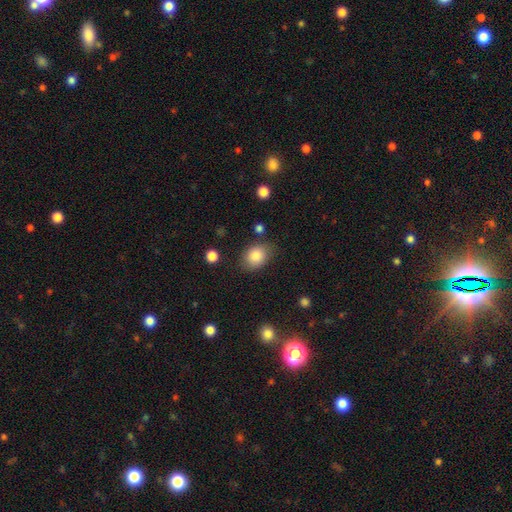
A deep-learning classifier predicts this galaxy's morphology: A smooth galaxy with no disk features (85%) that is in between round and cigar-shaped (61%). Merging: none (74%).